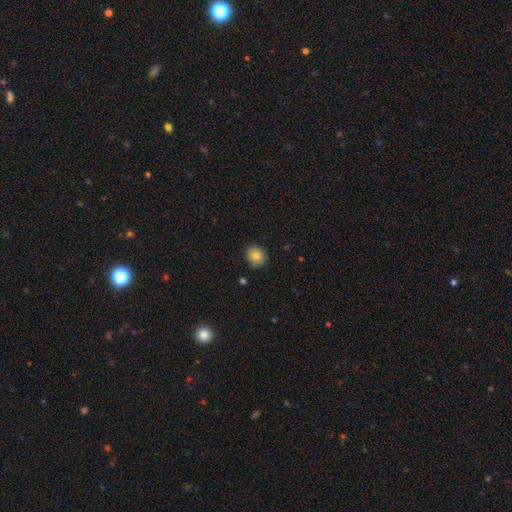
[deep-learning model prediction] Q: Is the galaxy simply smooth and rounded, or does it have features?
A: smooth — 81%.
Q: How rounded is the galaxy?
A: round — 71%.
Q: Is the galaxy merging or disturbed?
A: none — 85%.